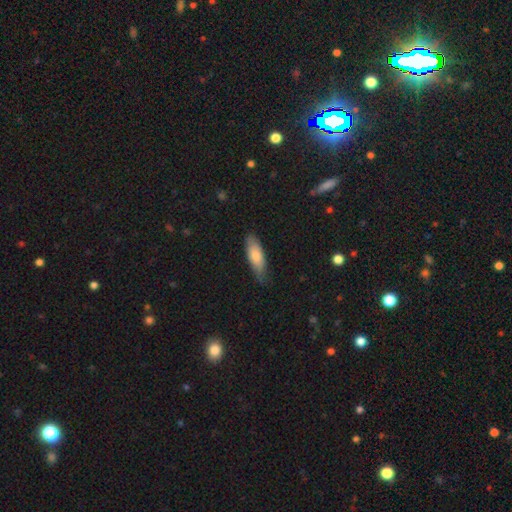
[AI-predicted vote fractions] Overall: smooth (77%). How rounded: in between (65%; cigar-shaped 33%). Merging: none (69%).